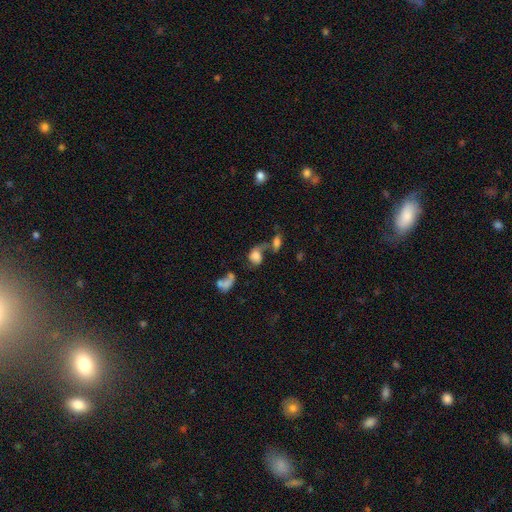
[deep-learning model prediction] smooth-or-featured: smooth: 57% | featured or disk: 28% | star or artifact: 14%
  how-rounded: in between: 59% | round: 38% | cigar-shaped: 3%
  merging: merger: 46% | none: 25% | major disturbance: 17% | minor disturbance: 12%